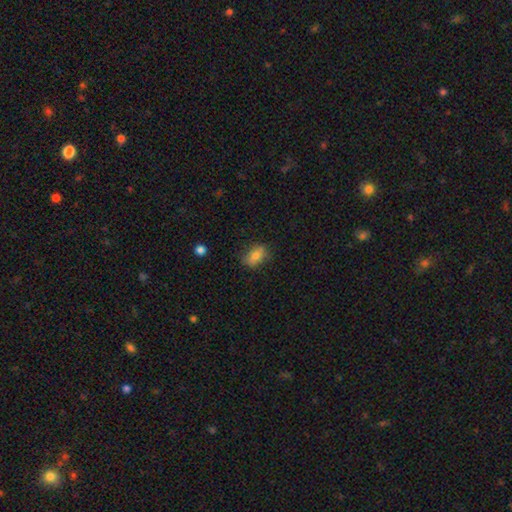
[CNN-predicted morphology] smooth_or_featured: smooth (p=0.73) [alt: featured or disk p=0.18]
how_rounded: in between (p=0.83) [alt: round p=0.12]
merging: none (p=0.73) [alt: minor disturbance p=0.20]